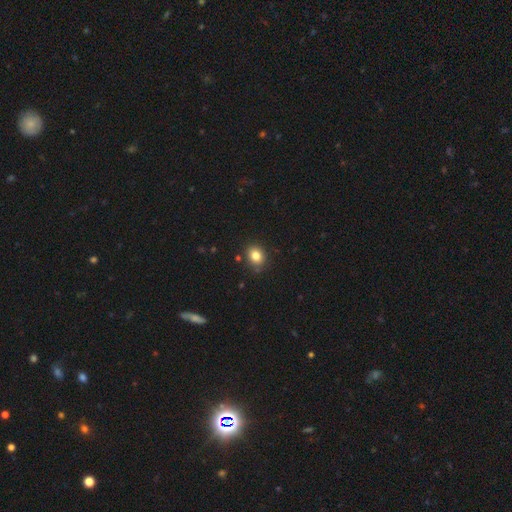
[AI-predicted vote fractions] smooth-or-featured: smooth: 83% | star or artifact: 11% | featured or disk: 7%
  how-rounded: round: 60% | in between: 39% | cigar-shaped: 1%
  merging: none: 85% | minor disturbance: 10% | major disturbance: 2% | merger: 2%